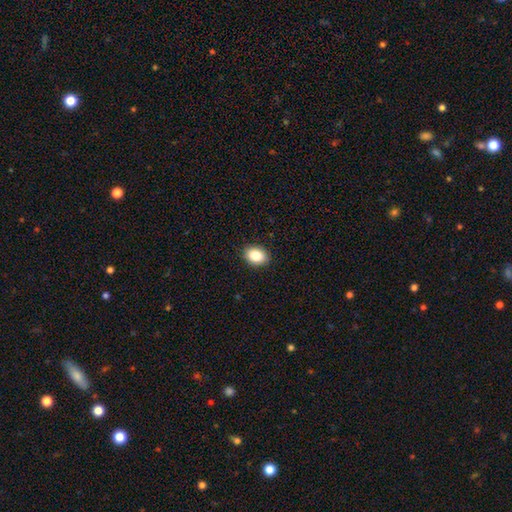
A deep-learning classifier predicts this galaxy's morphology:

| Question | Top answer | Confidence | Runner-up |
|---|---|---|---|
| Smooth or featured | smooth | 87% | star or artifact (8%) |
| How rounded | in between | 74% | round (25%) |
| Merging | none | 89% | minor disturbance (8%) |